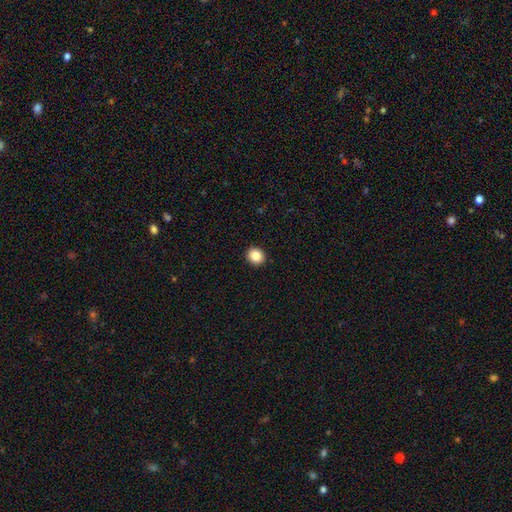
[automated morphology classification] A smooth galaxy with no disk features (86%) that is round (80%). Merging: none (93%).